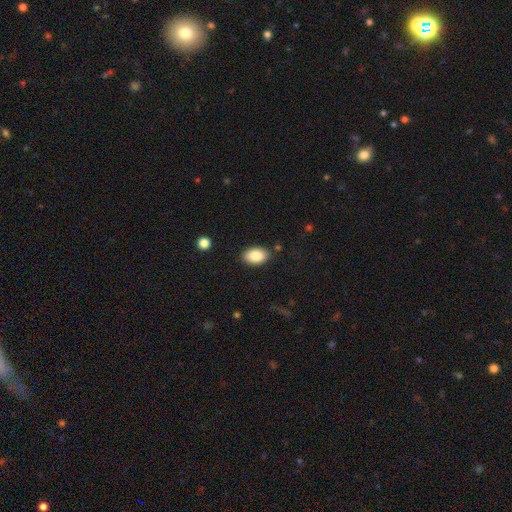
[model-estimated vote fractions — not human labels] smooth-or-featured: smooth: 85% | featured or disk: 7% | star or artifact: 7%
  how-rounded: in between: 91% | round: 8% | cigar-shaped: 1%
  merging: none: 87% | minor disturbance: 9% | major disturbance: 2% | merger: 2%